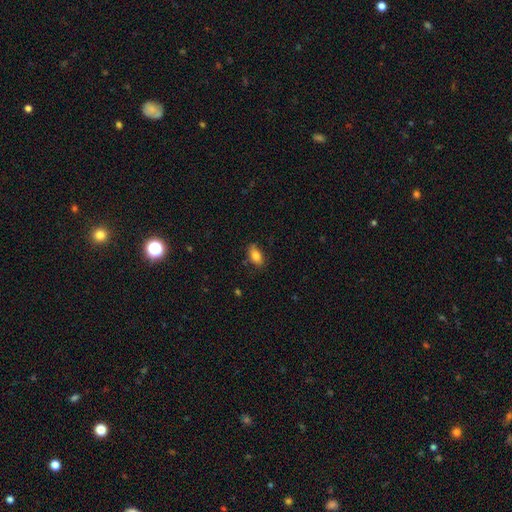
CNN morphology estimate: smooth_or_featured: smooth (p=0.81) [alt: featured or disk p=0.10]
how_rounded: in between (p=0.89) [alt: round p=0.06]
merging: none (p=0.80) [alt: minor disturbance p=0.16]